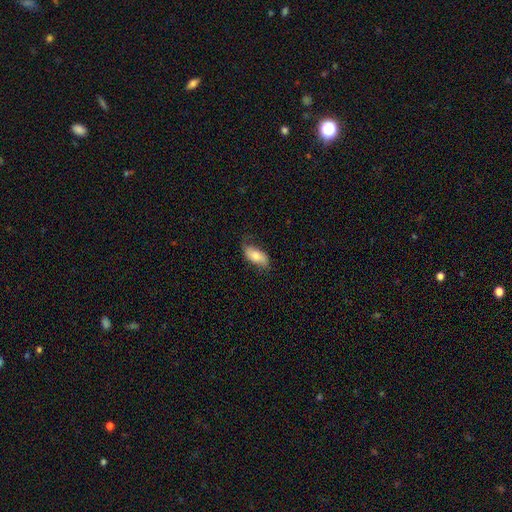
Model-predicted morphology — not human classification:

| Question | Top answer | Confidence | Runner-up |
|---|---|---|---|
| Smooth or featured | smooth | 65% | featured or disk (28%) |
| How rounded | in between | 89% | cigar-shaped (8%) |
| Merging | none | 61% | minor disturbance (28%) |